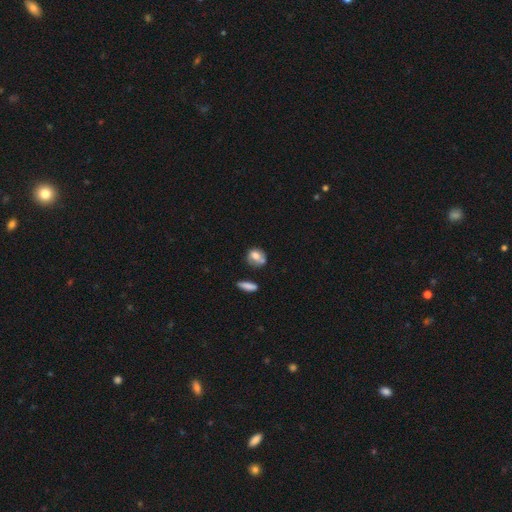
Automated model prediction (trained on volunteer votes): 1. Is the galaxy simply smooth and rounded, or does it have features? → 66% smooth, 24% featured or disk, 9% star or artifact.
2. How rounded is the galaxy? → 60% round, 38% in between, 2% cigar-shaped.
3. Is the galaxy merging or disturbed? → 45% none, 25% merger, 21% minor disturbance, 9% major disturbance.